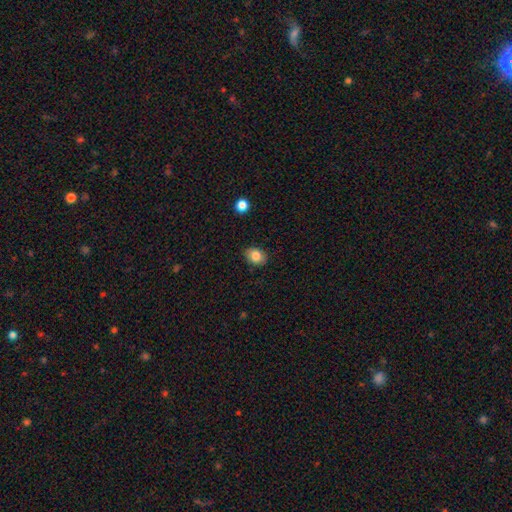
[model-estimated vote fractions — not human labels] Q: Smooth or featured?
A: smooth (83%); runner-up: star or artifact (9%)
Q: How rounded?
A: in between (59%); runner-up: round (40%)
Q: Merging?
A: none (87%); runner-up: minor disturbance (10%)